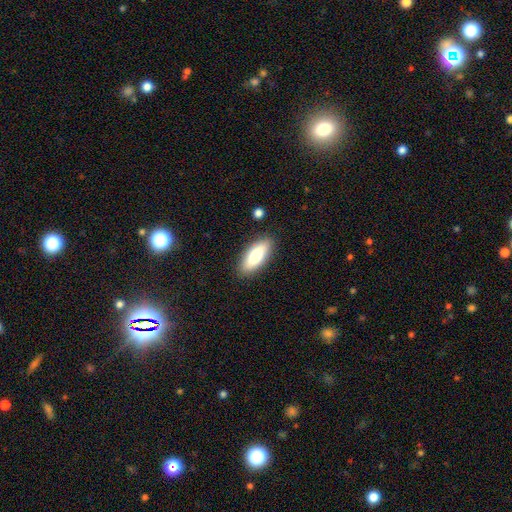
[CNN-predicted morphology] The model was most divided on "how rounded": in between: 73%, cigar-shaped: 25%, round: 2%. More confident: merging — none (87%); smooth or featured — smooth (77%).